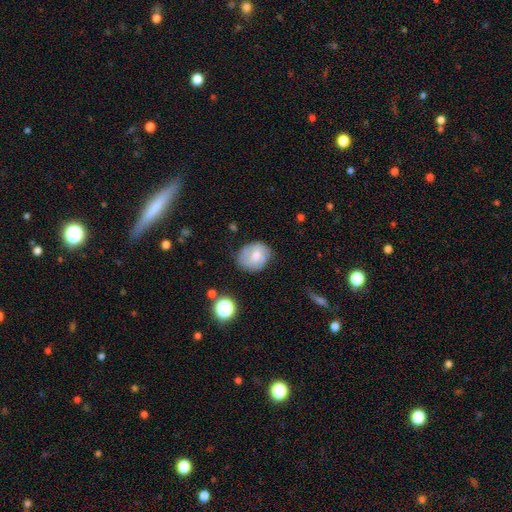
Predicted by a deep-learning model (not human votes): A smooth galaxy with no disk features (56%) that is round (62%). Merging: none (64%).